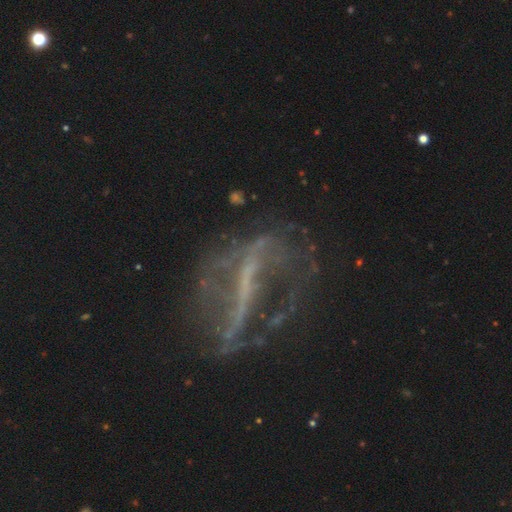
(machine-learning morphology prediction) type=featured or disk (75%); edge-on=no (85%); bar=strong (59%); spiral arms=yes (53%); bulge=none (63%); merging=none (50%).